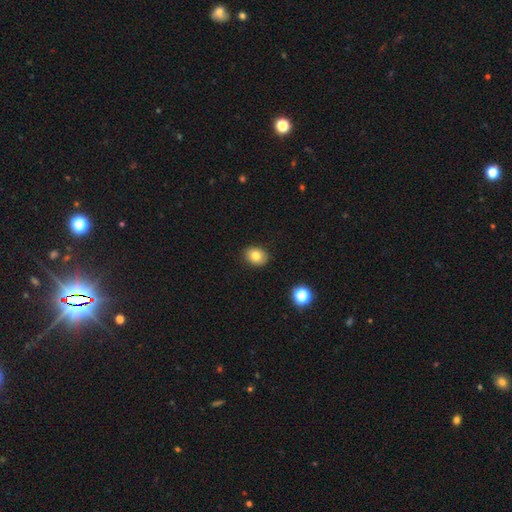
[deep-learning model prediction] A smooth galaxy with no disk features (81%) that is in between round and cigar-shaped (52%). Merging: none (89%).